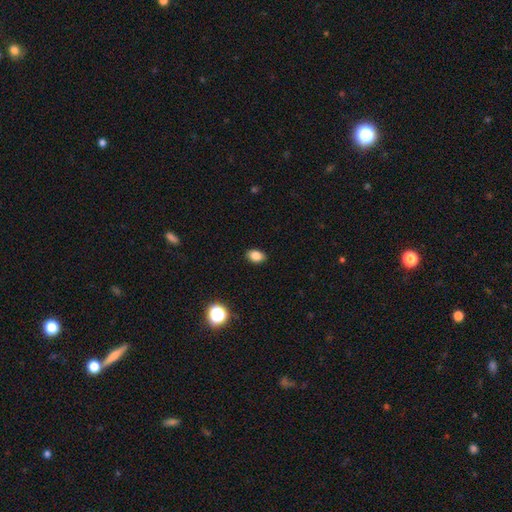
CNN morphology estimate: A smooth galaxy with no disk features (84%) that is in between round and cigar-shaped (83%). Merging: none (89%).